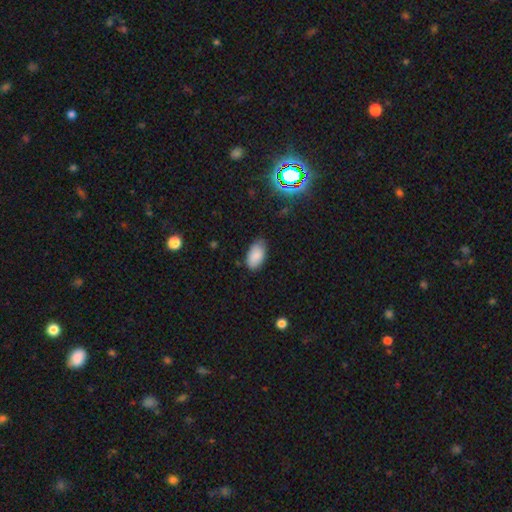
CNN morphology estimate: Smooth or featured: smooth — 87% (star or artifact — 8%)
How rounded: in between — 94% (round — 4%)
Merging: none — 76% (minor disturbance — 19%)